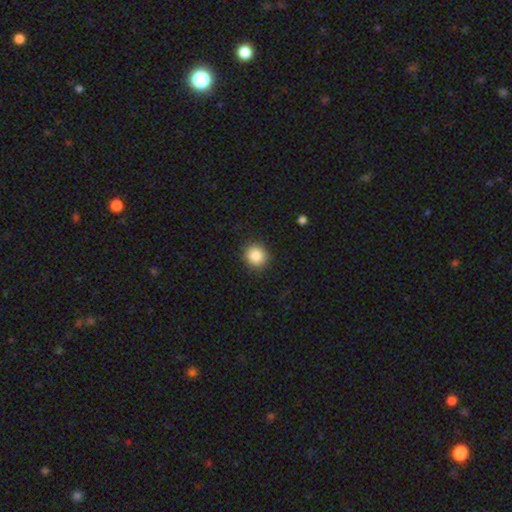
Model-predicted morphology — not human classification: A smooth galaxy with no disk features (88%) that is round (88%). Merging: none (90%).